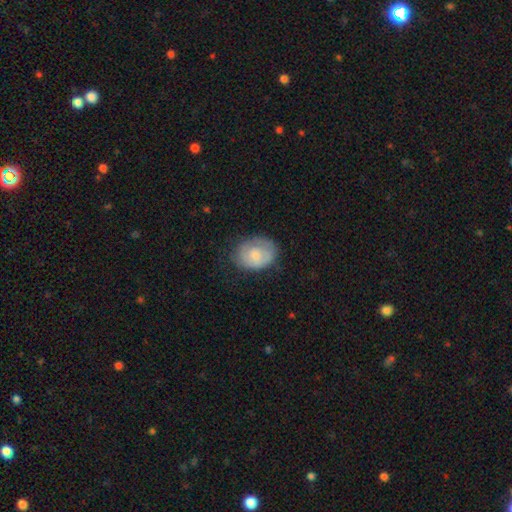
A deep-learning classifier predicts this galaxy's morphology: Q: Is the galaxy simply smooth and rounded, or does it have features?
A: smooth — 59%.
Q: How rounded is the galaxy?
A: in between — 64%.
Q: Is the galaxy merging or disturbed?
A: none — 64%.